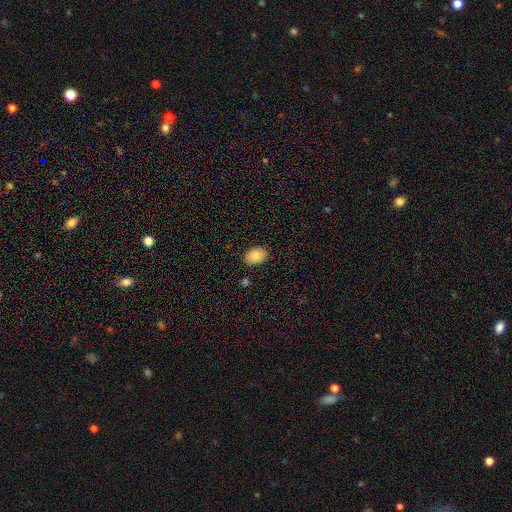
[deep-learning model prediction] The model was most divided on "how rounded": in between: 79%, round: 20%, cigar-shaped: 1%. More confident: merging — none (87%); smooth or featured — smooth (83%).